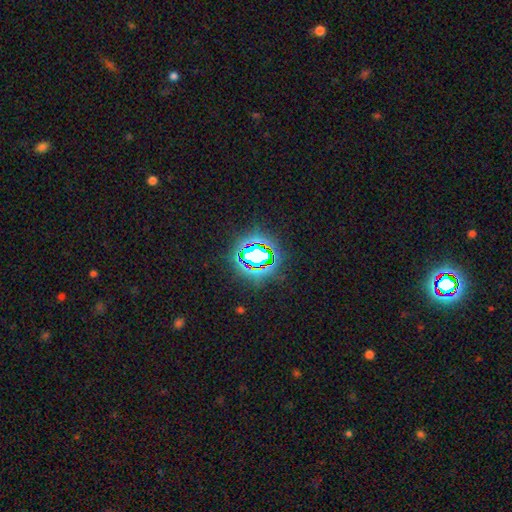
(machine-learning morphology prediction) Smooth or featured? Predicted: star or artifact (p=0.69).